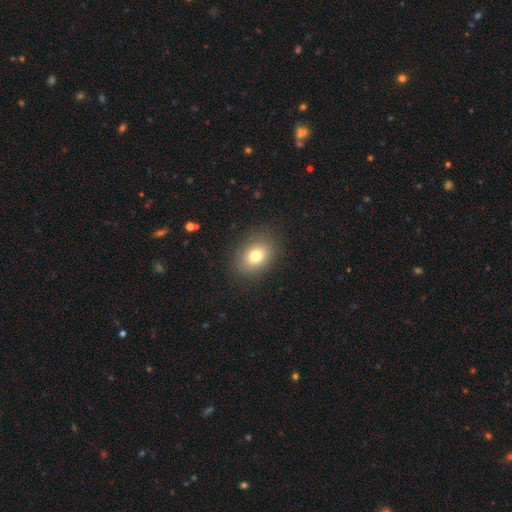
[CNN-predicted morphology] The model was most divided on "how rounded": in between: 63%, round: 36%, cigar-shaped: 1%. More confident: merging — none (85%); smooth or featured — smooth (75%).